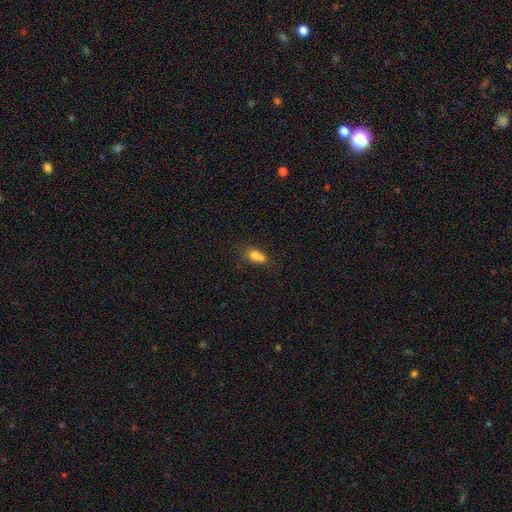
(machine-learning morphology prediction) This appears to be a smooth galaxy with no disk features (72%) that is round (49%). Merging: merger (58%).